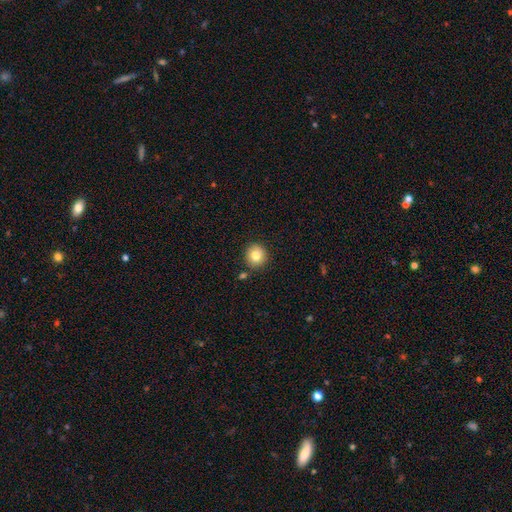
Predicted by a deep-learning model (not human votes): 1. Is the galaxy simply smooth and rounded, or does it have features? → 81% smooth, 10% star or artifact, 9% featured or disk.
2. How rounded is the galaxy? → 91% round, 8% in between, 1% cigar-shaped.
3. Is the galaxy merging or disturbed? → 85% none, 8% minor disturbance, 5% merger, 2% major disturbance.